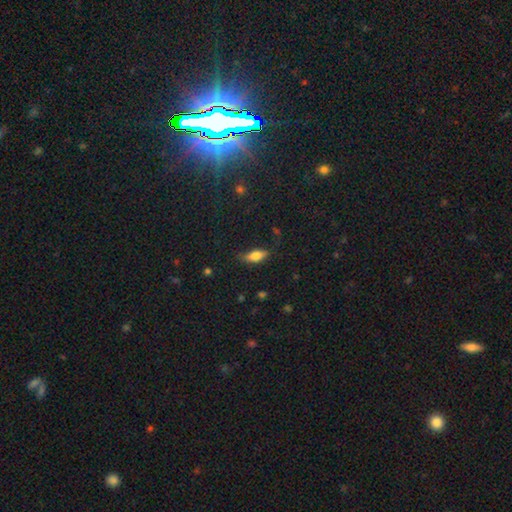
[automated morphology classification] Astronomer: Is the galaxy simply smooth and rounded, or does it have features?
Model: smooth — 74%.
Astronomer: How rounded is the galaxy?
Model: in between — 76%.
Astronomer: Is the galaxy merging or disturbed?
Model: none — 72%.